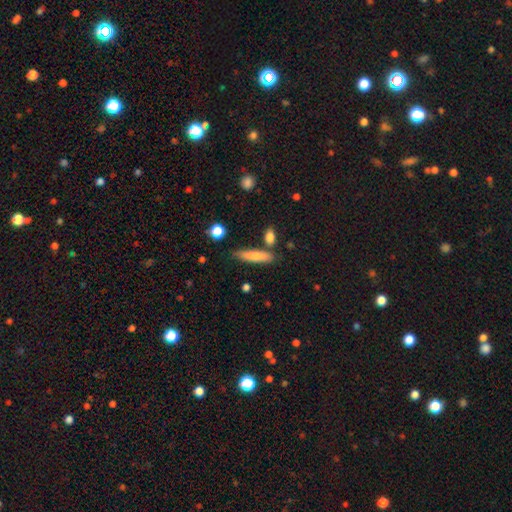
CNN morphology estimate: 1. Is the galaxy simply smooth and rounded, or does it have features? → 76% smooth, 18% featured or disk, 6% star or artifact.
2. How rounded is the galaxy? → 79% cigar-shaped, 19% in between, 2% round.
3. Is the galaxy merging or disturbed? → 75% none, 13% minor disturbance, 8% merger, 3% major disturbance.